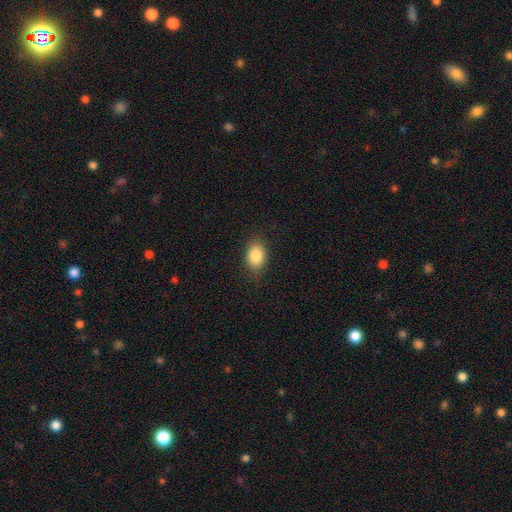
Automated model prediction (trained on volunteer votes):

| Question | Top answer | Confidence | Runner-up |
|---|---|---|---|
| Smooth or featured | smooth | 86% | star or artifact (8%) |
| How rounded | in between | 76% | round (23%) |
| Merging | none | 84% | minor disturbance (12%) |